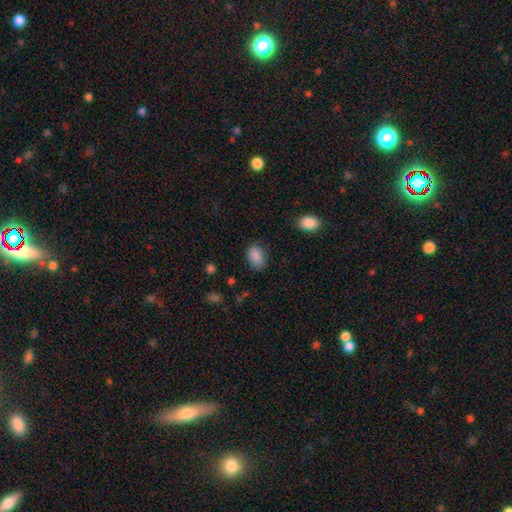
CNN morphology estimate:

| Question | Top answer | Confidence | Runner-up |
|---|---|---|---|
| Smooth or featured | smooth | 87% | star or artifact (8%) |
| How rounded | in between | 84% | round (14%) |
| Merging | none | 75% | minor disturbance (19%) |